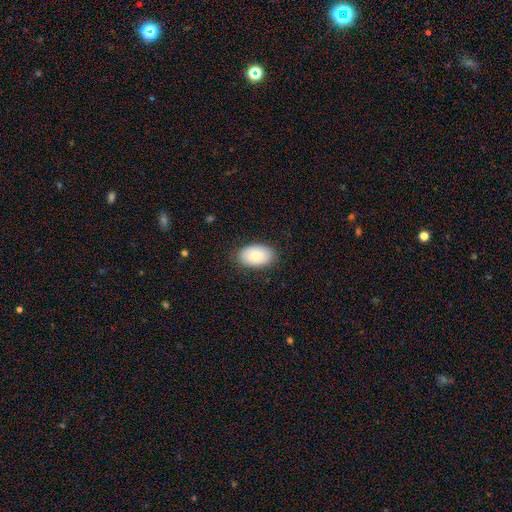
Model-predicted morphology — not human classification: Overall: smooth (81%). How rounded: in between (93%). Merging: none (86%).